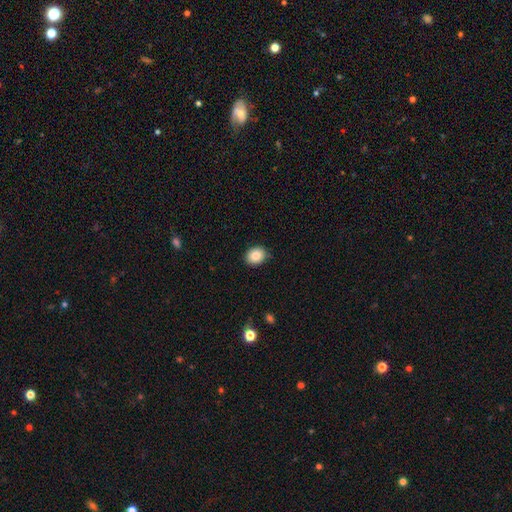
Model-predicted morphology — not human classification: This appears to be a smooth galaxy with no disk features (84%) that is round (59%). Merging: none (86%).